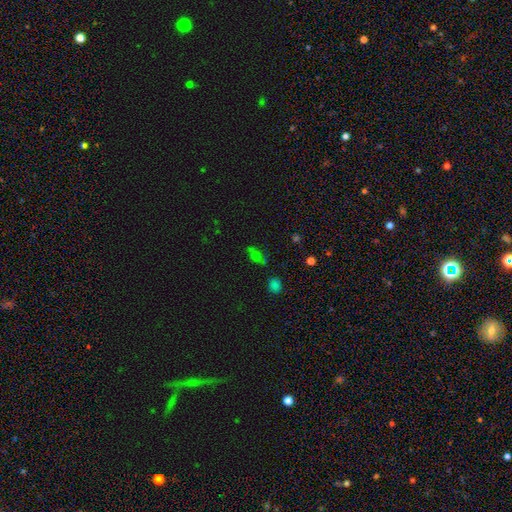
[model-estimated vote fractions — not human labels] This is possibly a smooth galaxy (47%). Merging: possibly none (56%).